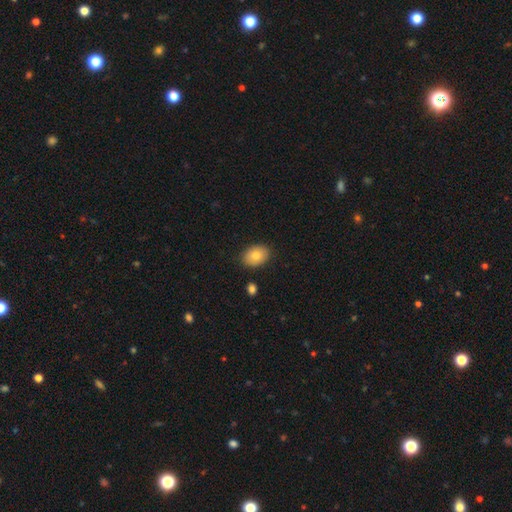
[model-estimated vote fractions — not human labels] Morphology: type=smooth (83%); roundness=in between (78%); merging=none (86%).